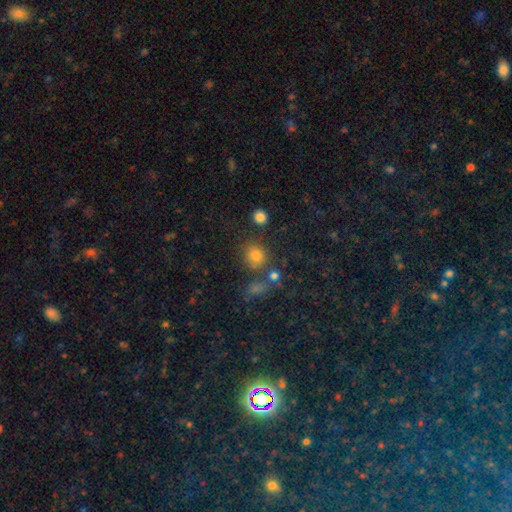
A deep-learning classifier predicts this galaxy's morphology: This appears to be a smooth galaxy with no disk features (75%) that is round (78%). Merging: none (71%).